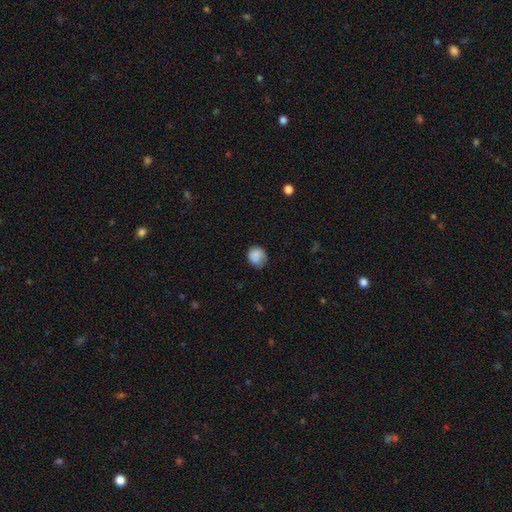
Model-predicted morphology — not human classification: smooth-or-featured: smooth: 84% | featured or disk: 8% | star or artifact: 8%
  how-rounded: round: 77% | in between: 22% | cigar-shaped: 1%
  merging: none: 63% | minor disturbance: 26% | major disturbance: 9% | merger: 2%